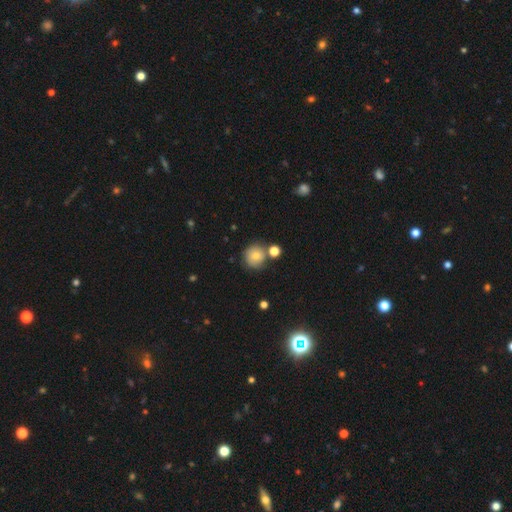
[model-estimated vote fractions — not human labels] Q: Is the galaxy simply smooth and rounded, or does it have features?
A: smooth — 71%.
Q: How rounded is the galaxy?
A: round — 91%.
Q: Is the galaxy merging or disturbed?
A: none — 69%.